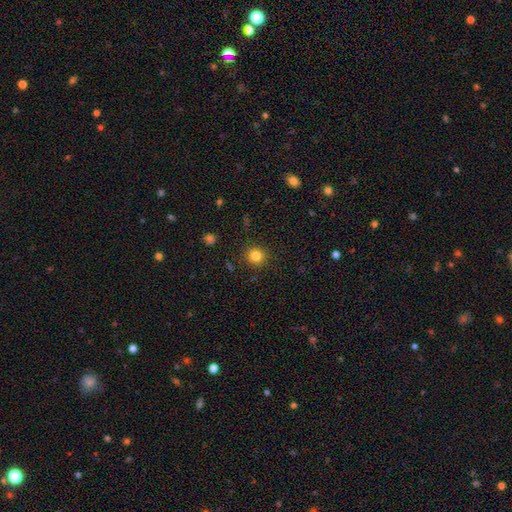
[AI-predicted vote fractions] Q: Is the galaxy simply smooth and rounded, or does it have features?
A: smooth — 82%.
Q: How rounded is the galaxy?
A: round — 92%.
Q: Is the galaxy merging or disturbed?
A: none — 90%.